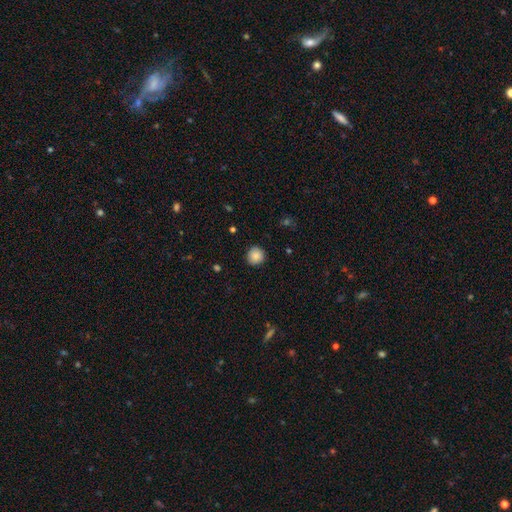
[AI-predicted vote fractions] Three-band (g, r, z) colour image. It shows a smooth galaxy with no disk features (87%) that is round (93%). Merging: none (90%).